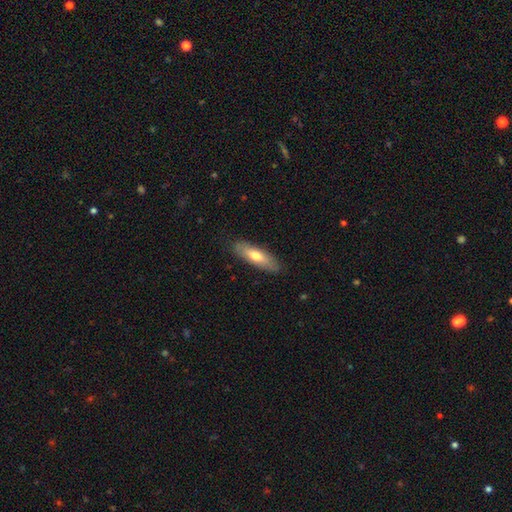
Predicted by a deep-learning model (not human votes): Overall: smooth (67%). How rounded: cigar-shaped (50%; in between 48%). Merging: none (85%).